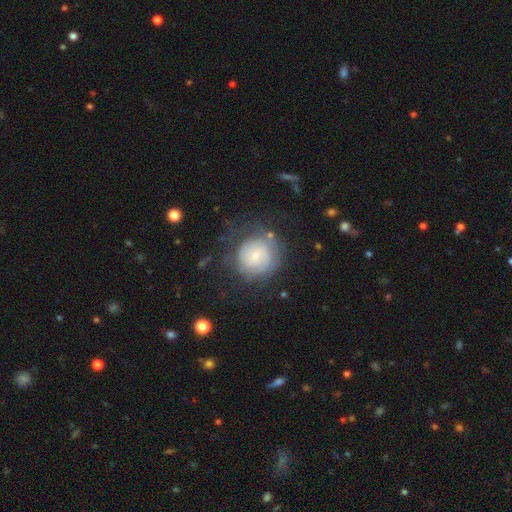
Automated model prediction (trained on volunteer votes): A smooth galaxy with no disk features (48%). Merging: none (62%).